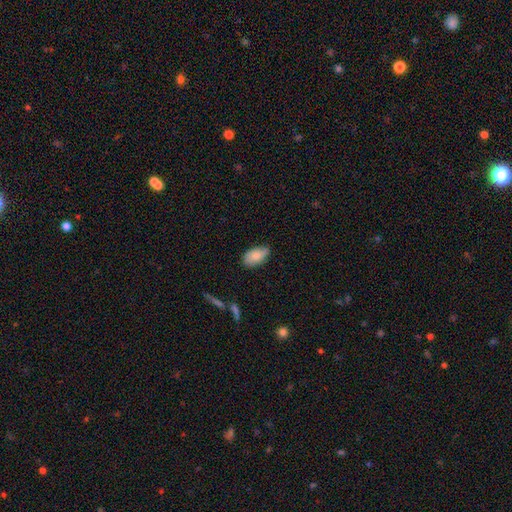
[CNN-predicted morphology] Smooth or featured? smooth (80%)
How rounded? in between (93%)
Merging? none (63%)